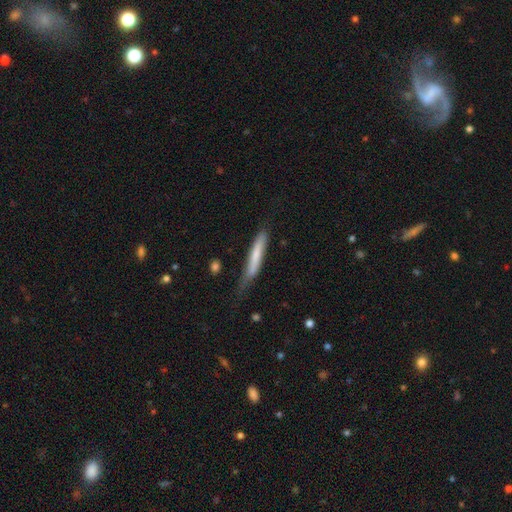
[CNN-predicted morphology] Smooth or featured: smooth — 65% (featured or disk — 29%)
How rounded: cigar-shaped — 93% (in between — 6%)
Merging: none — 54% (minor disturbance — 33%)